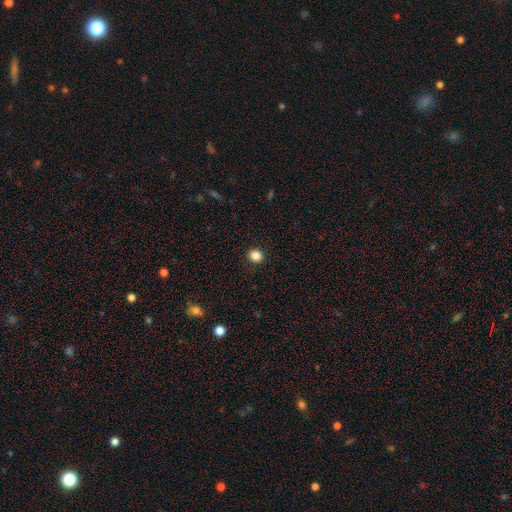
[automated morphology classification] A smooth galaxy with no disk features (85%) that is round (84%). Merging: none (91%).